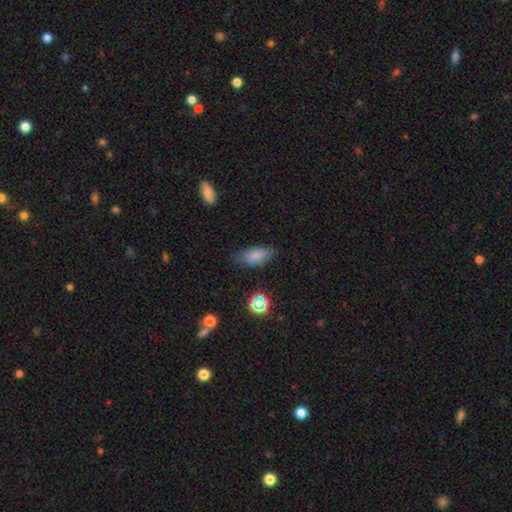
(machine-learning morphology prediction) Smooth or featured? Predicted: smooth (p=0.77). How rounded? Predicted: in between (p=0.89). Merging? Predicted: none (p=0.69).